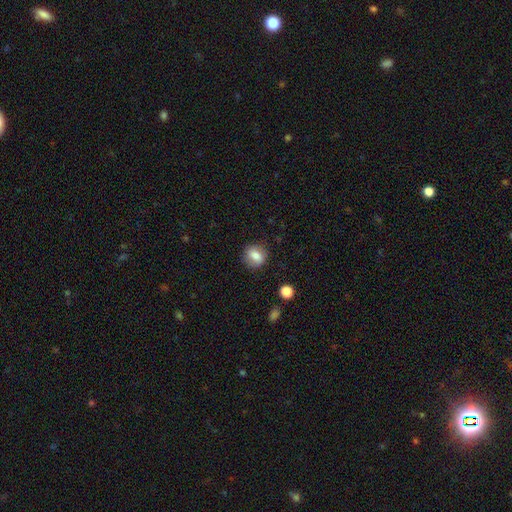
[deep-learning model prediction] A smooth galaxy with no disk features (77%) that is round (66%).

Vote fractions:
- Smooth or featured? smooth: 77% / featured or disk: 14% / star or artifact: 9%
- How rounded? round: 66% / in between: 33% / cigar-shaped: 2%
- Merging? none: 83% / minor disturbance: 12% / major disturbance: 4% / merger: 2%